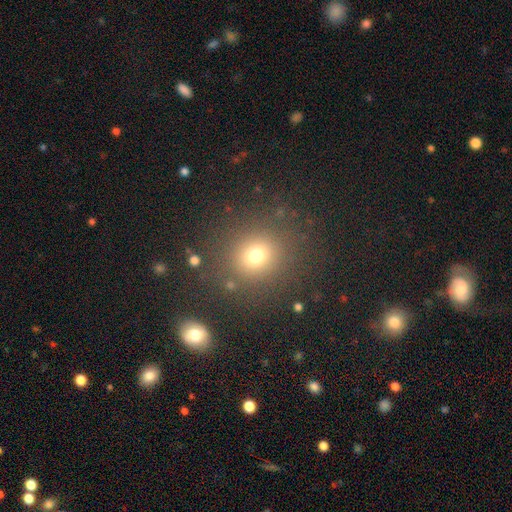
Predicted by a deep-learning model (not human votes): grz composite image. It shows a smooth galaxy with no disk features (73%) that is round (83%). Merging: none (83%).